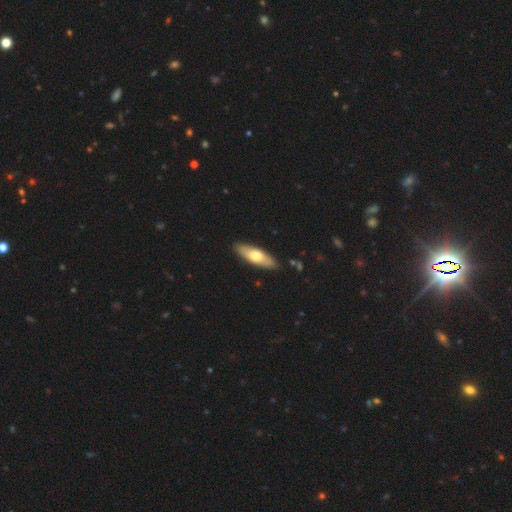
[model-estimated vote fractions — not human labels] smooth-or-featured: smooth: 62% | featured or disk: 33% | star or artifact: 5%
  how-rounded: in between: 54% | cigar-shaped: 43% | round: 2%
  merging: none: 88% | minor disturbance: 9% | major disturbance: 2% | merger: 1%